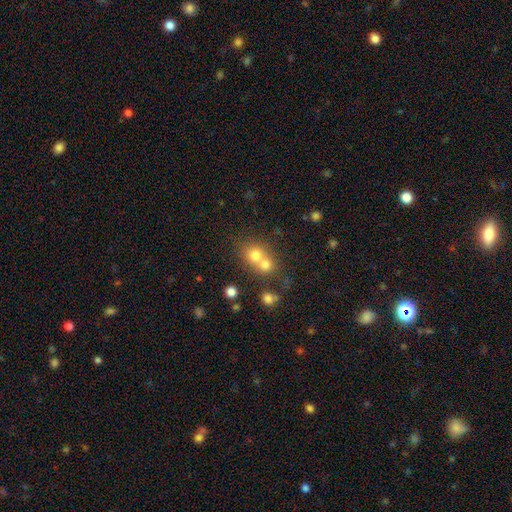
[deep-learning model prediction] Smooth or featured?
  - smooth: 72% *
  - featured or disk: 14%
  - star or artifact: 14%
How rounded?
  - round: 77% *
  - in between: 22%
  - cigar-shaped: 1%
Merging?
  - merger: 59% *
  - none: 33%
  - minor disturbance: 5%
  - major disturbance: 3%